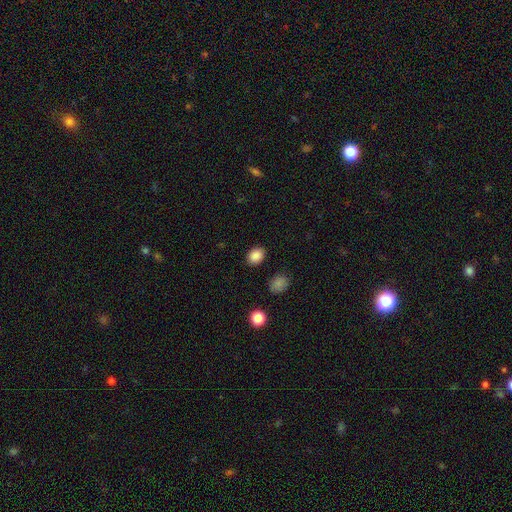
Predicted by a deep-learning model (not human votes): A smooth galaxy with no disk features (87%) that is in between round and cigar-shaped (58%).

Vote fractions:
- Smooth or featured? smooth: 87% / star or artifact: 9% / featured or disk: 3%
- How rounded? in between: 58% / round: 41% / cigar-shaped: 1%
- Merging? none: 88% / minor disturbance: 8% / major disturbance: 3% / merger: 2%